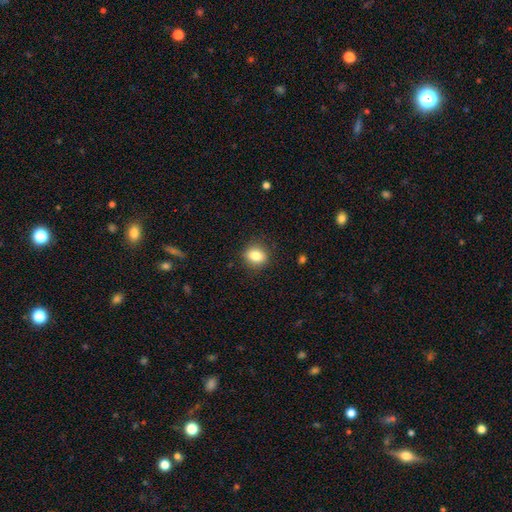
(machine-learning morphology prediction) A smooth galaxy with no disk features (83%) that is round (57%).

Vote fractions:
- Smooth or featured? smooth: 83% / star or artifact: 10% / featured or disk: 8%
- How rounded? round: 57% / in between: 42% / cigar-shaped: 1%
- Merging? none: 87% / minor disturbance: 9% / major disturbance: 3% / merger: 1%